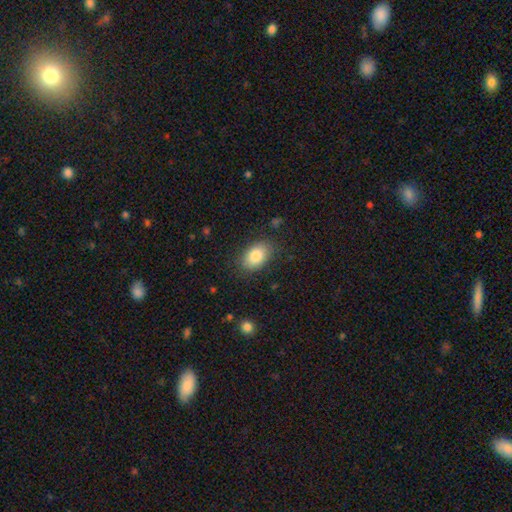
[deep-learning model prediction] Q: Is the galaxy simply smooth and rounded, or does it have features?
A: smooth — 85%.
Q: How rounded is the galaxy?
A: in between — 90%.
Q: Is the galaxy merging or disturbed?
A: none — 82%.